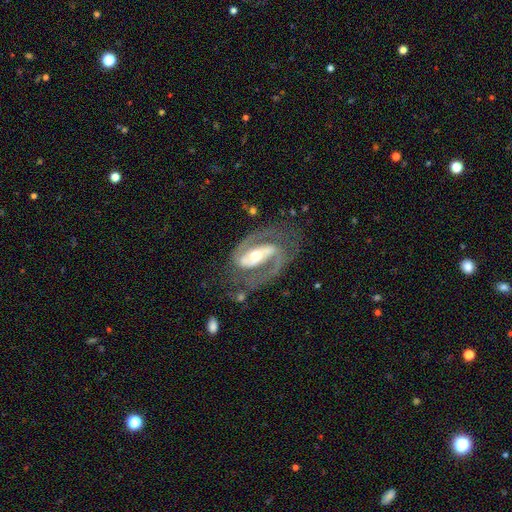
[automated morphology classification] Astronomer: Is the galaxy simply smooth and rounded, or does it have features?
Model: featured or disk — 90%.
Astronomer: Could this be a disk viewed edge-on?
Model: no — 96%.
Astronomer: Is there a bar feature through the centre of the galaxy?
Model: strong — 57%.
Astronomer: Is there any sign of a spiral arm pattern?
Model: yes — 95%.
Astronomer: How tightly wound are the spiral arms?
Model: medium — 55%.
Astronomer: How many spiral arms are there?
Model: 2 — 88%.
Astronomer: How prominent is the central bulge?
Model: moderate — 65%.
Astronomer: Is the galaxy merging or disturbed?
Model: none — 65%.